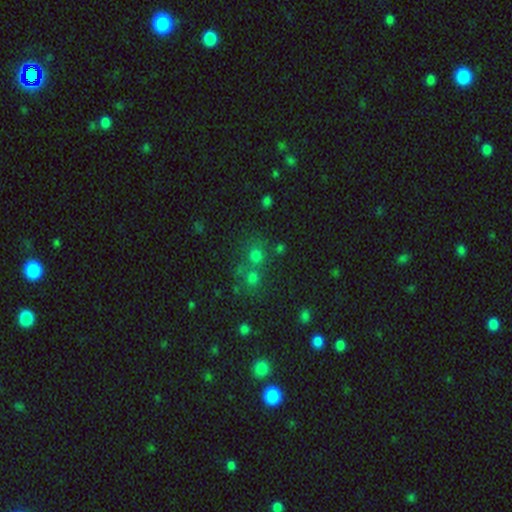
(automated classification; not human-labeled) A star or artifact, not a galaxy (47%).